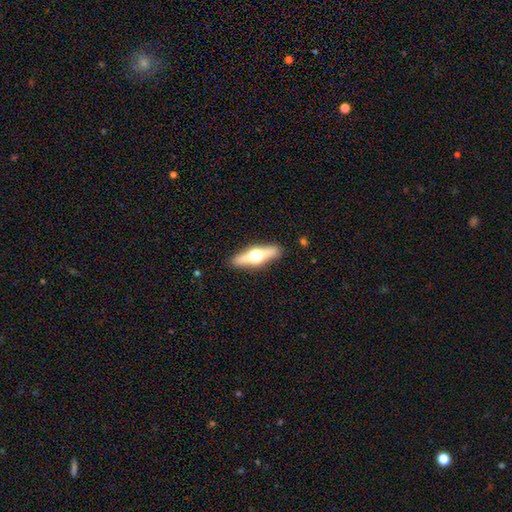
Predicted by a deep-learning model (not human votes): A featured or disk galaxy (62%) viewed edge-on (94%) with a rounded central bulge (96%). Merging: none (89%).